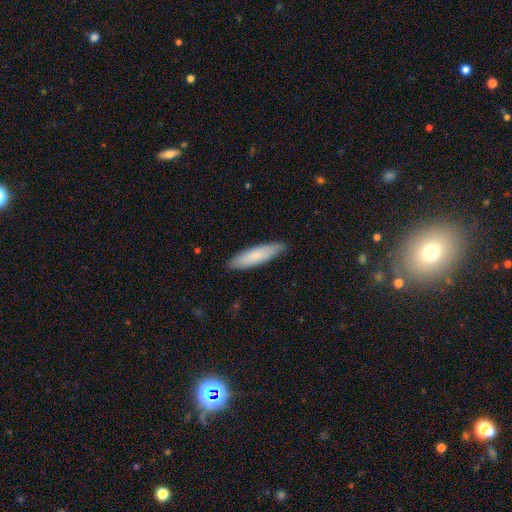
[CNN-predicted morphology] smooth 80%, featured or disk 14%, star or artifact 5%. Down the decision tree: how rounded — cigar-shaped (70%); merging — none (88%).